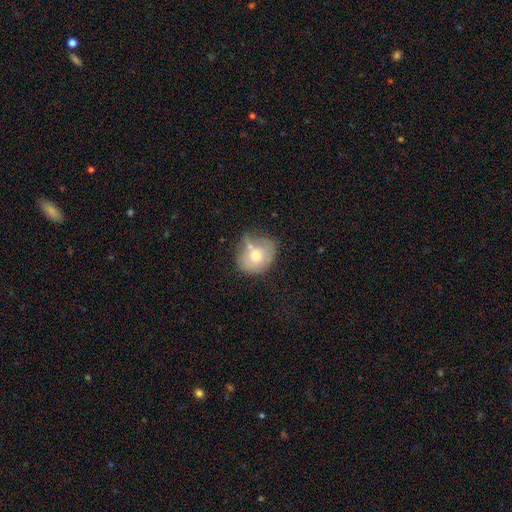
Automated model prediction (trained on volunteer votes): Smooth or featured?
  - smooth: 66% *
  - featured or disk: 26%
  - star or artifact: 8%
How rounded?
  - round: 65% *
  - in between: 34%
  - cigar-shaped: 1%
Merging?
  - none: 42% *
  - minor disturbance: 27%
  - merger: 21%
  - major disturbance: 9%